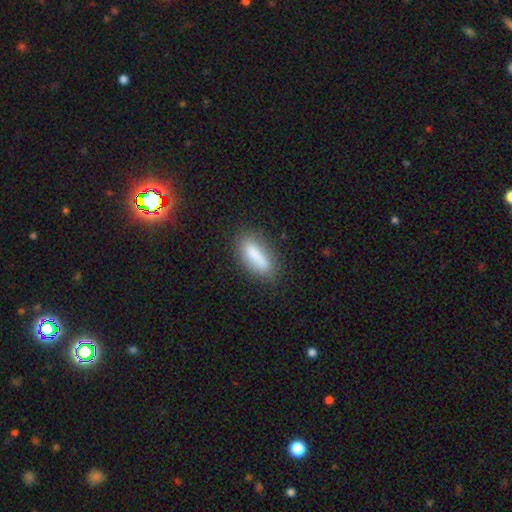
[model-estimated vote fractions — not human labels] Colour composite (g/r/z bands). It shows a smooth galaxy with no disk features (77%) that is in between round and cigar-shaped (60%). Merging: none (71%).